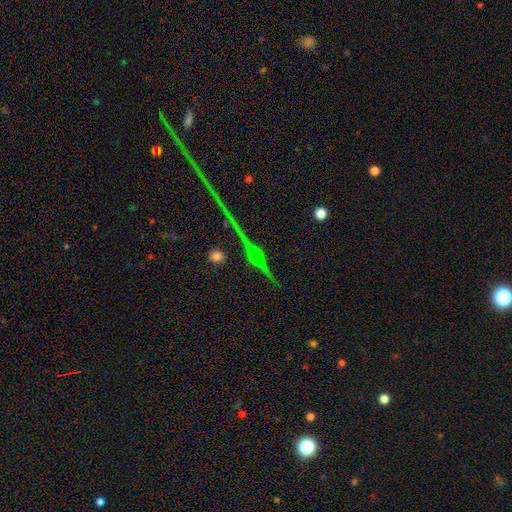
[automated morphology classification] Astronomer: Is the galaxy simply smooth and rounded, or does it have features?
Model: star or artifact — 43% (runner-up: featured or disk, 36%).